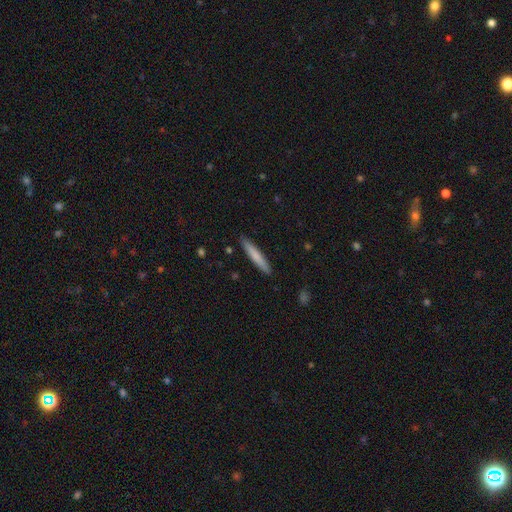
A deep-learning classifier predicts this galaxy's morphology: Q: Smooth or featured?
A: smooth (76%); runner-up: featured or disk (19%)
Q: How rounded?
A: cigar-shaped (94%); runner-up: in between (4%)
Q: Merging?
A: none (91%); runner-up: minor disturbance (6%)